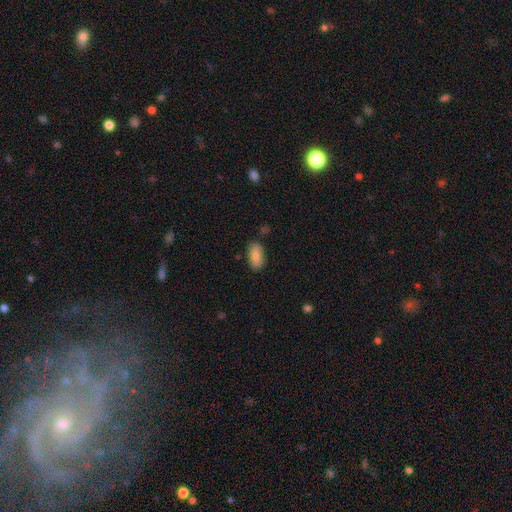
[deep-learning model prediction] This is clearly a smooth galaxy (84%). How rounded: clearly in between (90%). Merging: clearly none (82%).